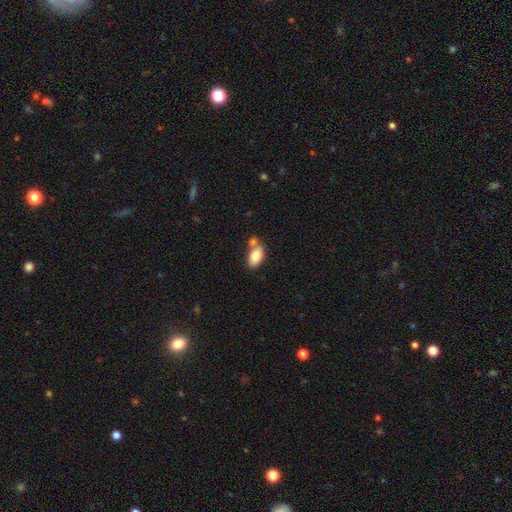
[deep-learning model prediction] Smooth or featured?
  - smooth: 82% *
  - featured or disk: 11%
  - star or artifact: 7%
How rounded?
  - in between: 92% *
  - round: 5%
  - cigar-shaped: 3%
Merging?
  - none: 51% *
  - merger: 31%
  - minor disturbance: 14%
  - major disturbance: 4%